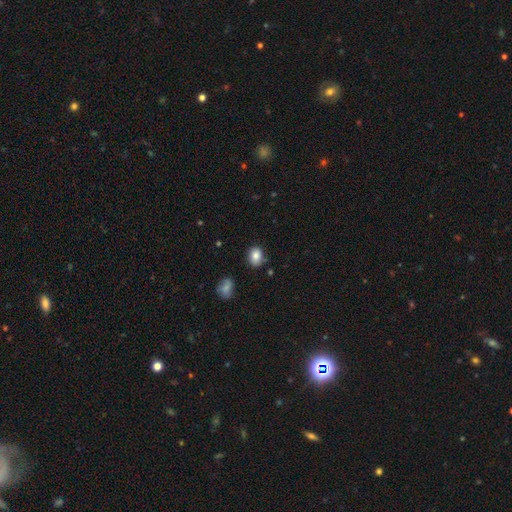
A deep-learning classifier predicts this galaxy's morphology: type=smooth (83%); roundness=in between (60%); merging=none (80%).